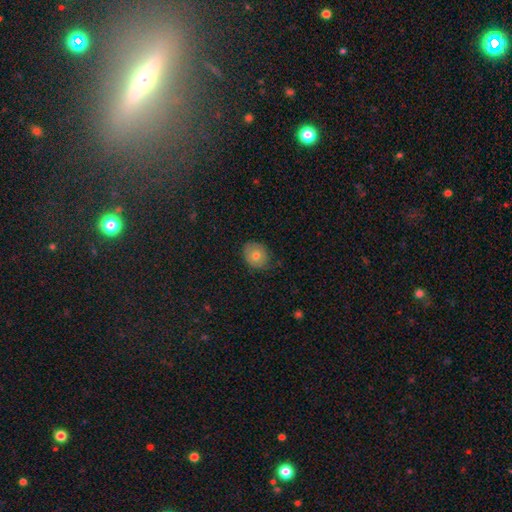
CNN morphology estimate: Overall: smooth (70%). How rounded: round (62%; in between 37%). Merging: none (75%).